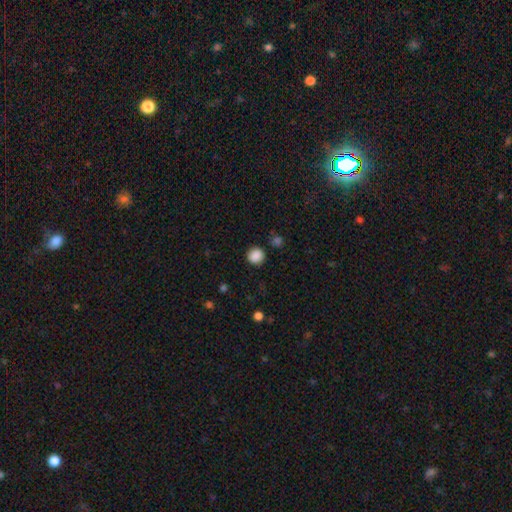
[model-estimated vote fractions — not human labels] smooth 87%, star or artifact 10%, featured or disk 3%. Down the decision tree: how rounded — round (91%); merging — none (88%).